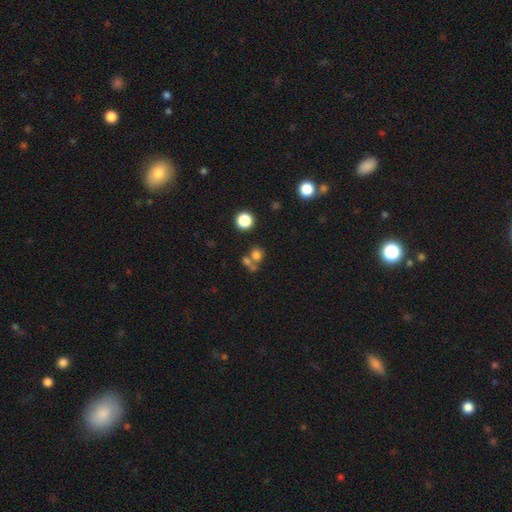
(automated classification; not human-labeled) This appears to be a smooth galaxy with no disk features (70%) that is round (72%). Merging: none (44%).